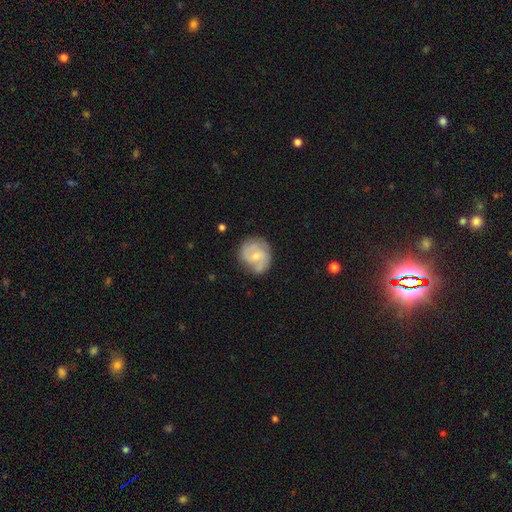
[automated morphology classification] Smooth or featured?
  - featured or disk: 58% *
  - smooth: 35%
  - star or artifact: 7%
Edge-on disk?
  - no: 98% *
  - yes: 2%
Bar?
  - no: 55% *
  - weak: 38%
  - strong: 6%
Spiral arms?
  - yes: 82% *
  - no: 18%
Bulge size?
  - small: 58% *
  - moderate: 37%
  - none: 3%
  - large: 1%
  - dominant: 1%
Merging?
  - none: 64% *
  - minor disturbance: 24%
  - major disturbance: 8%
  - merger: 4%